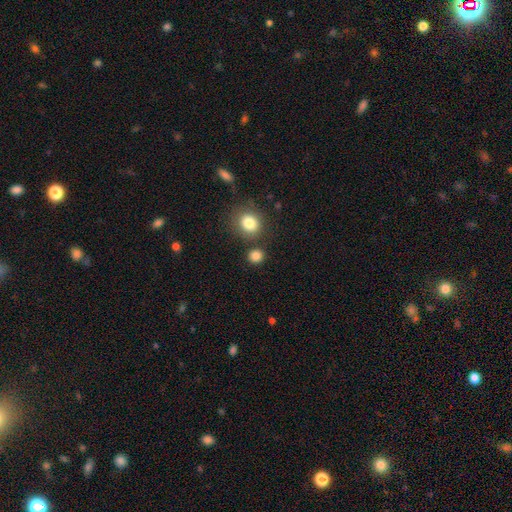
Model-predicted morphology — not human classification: A smooth galaxy with no disk features (84%) that is round (86%). Merging: none (78%).